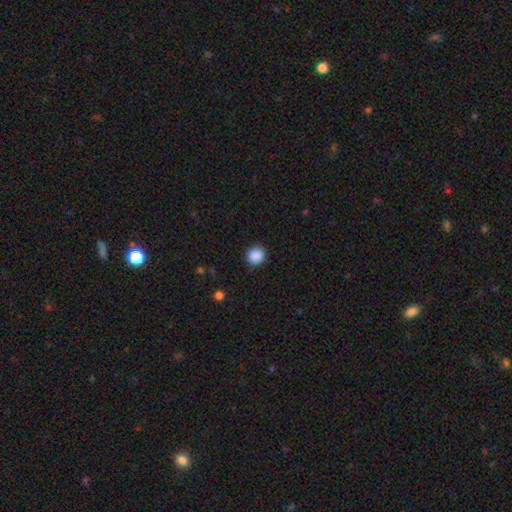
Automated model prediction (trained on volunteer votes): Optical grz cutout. It shows a smooth galaxy with no disk features (89%) that is round (86%). Merging: none (89%).